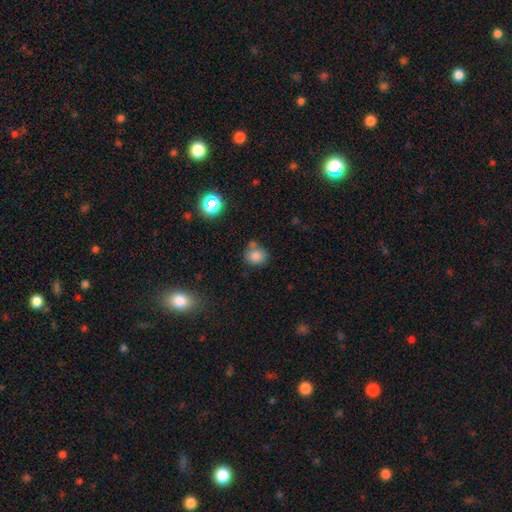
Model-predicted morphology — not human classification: A smooth galaxy with no disk features (81%) that is round (78%). Merging: none (63%).